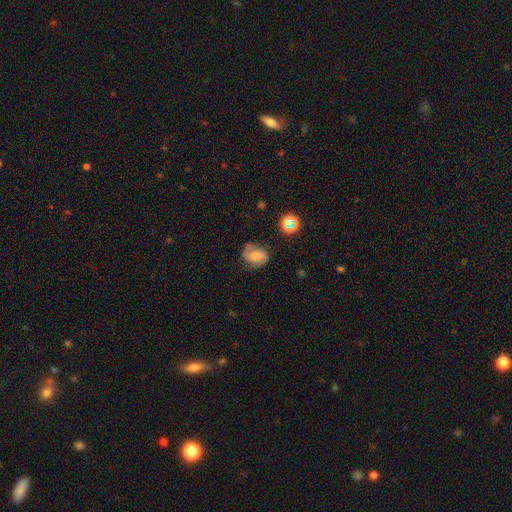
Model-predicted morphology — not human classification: type=featured or disk (65%); edge-on=no (97%); bar=no (59%); spiral arms=yes (91%); winding=medium (47%); arm count=2 (83%); bulge=moderate (57%); merging=none (70%).